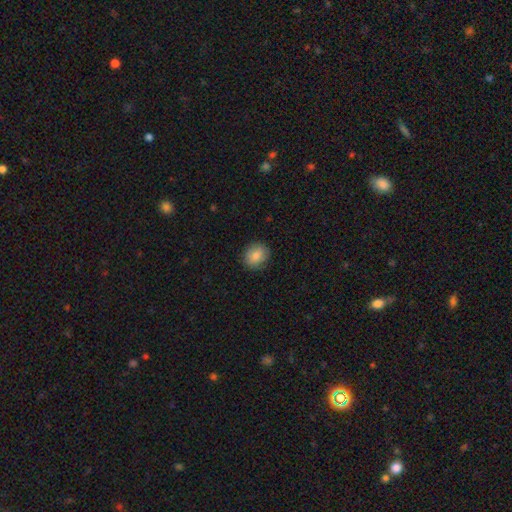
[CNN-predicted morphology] Q: Smooth or featured?
A: smooth (82%); runner-up: featured or disk (10%)
Q: How rounded?
A: round (67%); runner-up: in between (32%)
Q: Merging?
A: none (87%); runner-up: minor disturbance (10%)